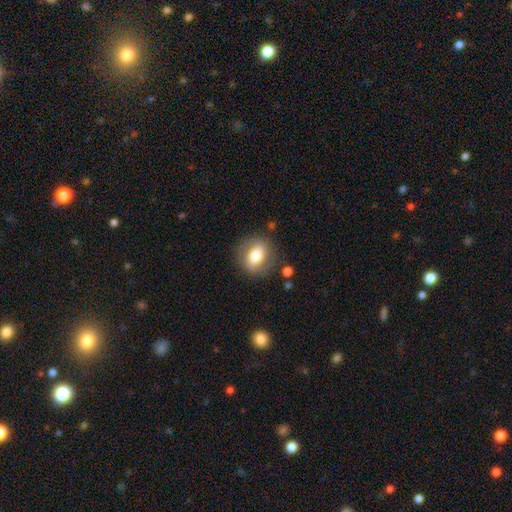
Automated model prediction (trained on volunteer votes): This is likely a smooth galaxy (65%). How rounded: possibly round (58%). Merging: clearly none (81%).